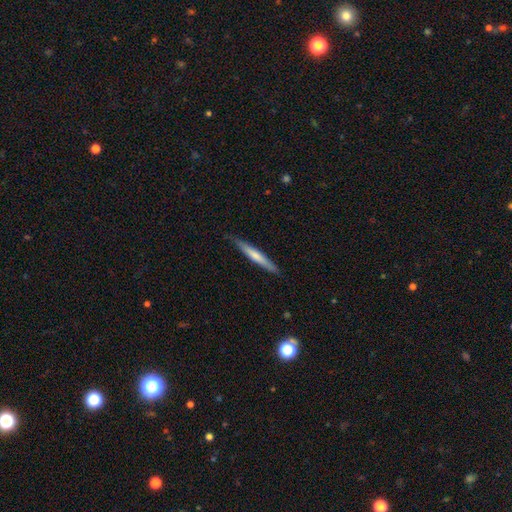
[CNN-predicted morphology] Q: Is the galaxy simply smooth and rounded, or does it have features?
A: smooth — 59%.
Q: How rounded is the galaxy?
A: cigar-shaped — 95%.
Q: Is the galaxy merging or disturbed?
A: none — 85%.